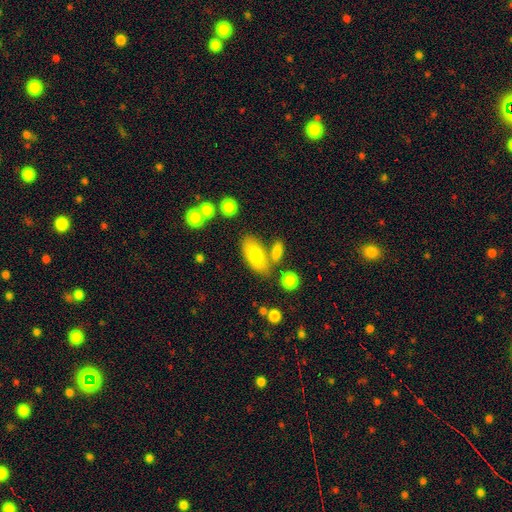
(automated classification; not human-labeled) A smooth galaxy with no disk features (75%) that is in between round and cigar-shaped (88%).

Vote fractions:
- Smooth or featured? smooth: 75% / featured or disk: 18% / star or artifact: 7%
- How rounded? in between: 88% / cigar-shaped: 8% / round: 4%
- Merging? none: 64% / merger: 16% / minor disturbance: 15% / major disturbance: 5%